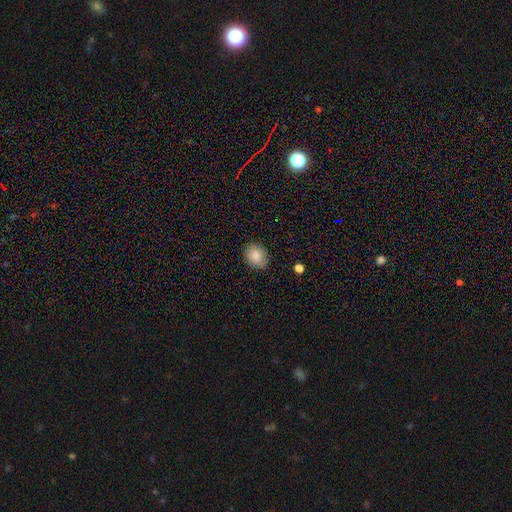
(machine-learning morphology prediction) This is clearly a smooth galaxy (83%). How rounded: possibly round (50%). Merging: clearly none (80%).